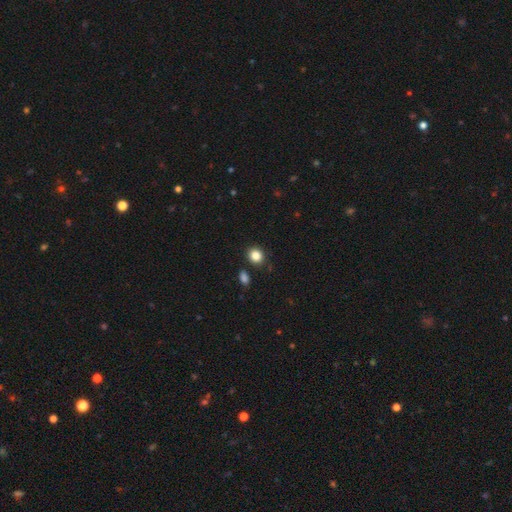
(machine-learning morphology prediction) Q: Smooth or featured?
A: smooth (85%); runner-up: star or artifact (11%)
Q: How rounded?
A: round (77%); runner-up: in between (22%)
Q: Merging?
A: none (85%); runner-up: minor disturbance (9%)